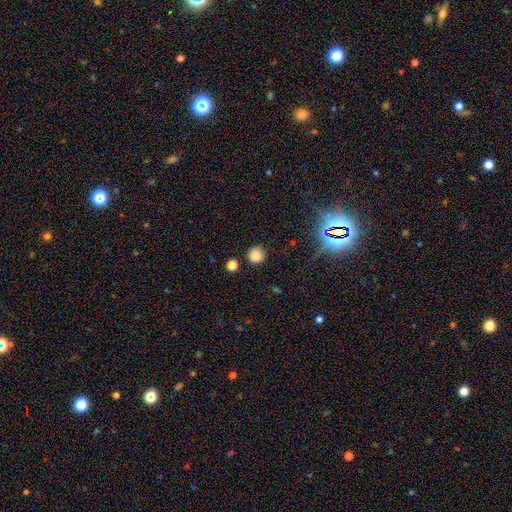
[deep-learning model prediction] The model was most divided on "smooth or featured": smooth: 81%, star or artifact: 14%, featured or disk: 5%. More confident: how rounded — round (93%); merging — none (88%).